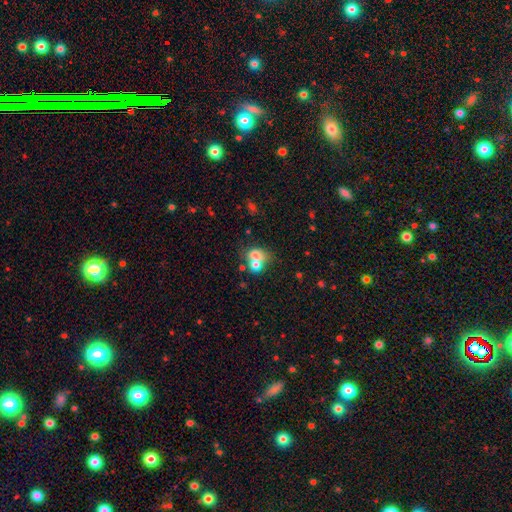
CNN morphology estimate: smooth-or-featured: smooth: 68% | featured or disk: 20% | star or artifact: 12%
  how-rounded: round: 52% | in between: 47% | cigar-shaped: 1%
  merging: merger: 57% | none: 29% | minor disturbance: 9% | major disturbance: 5%